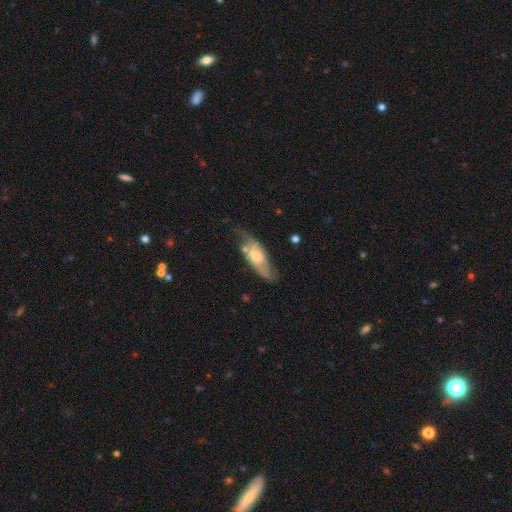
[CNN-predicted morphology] smooth-or-featured: featured or disk: 62% | smooth: 33% | star or artifact: 6%
  disk-edge-on: no: 80% | yes: 20%
  merging: none: 56% | minor disturbance: 25% | major disturbance: 12% | merger: 8%